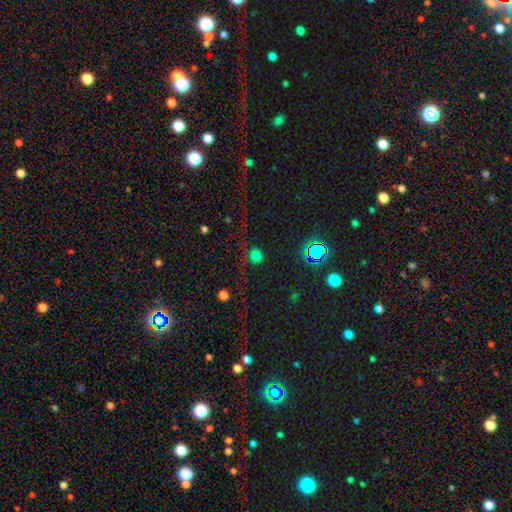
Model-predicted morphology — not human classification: Overall: smooth (59%; star or artifact 34%). How rounded: round (92%). Merging: none (74%).